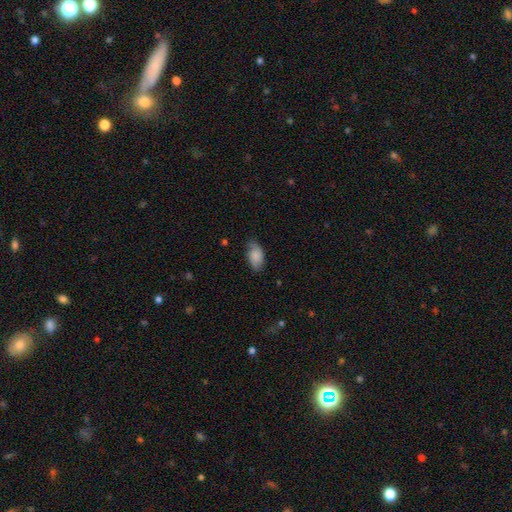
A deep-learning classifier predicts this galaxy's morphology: smooth 74%, featured or disk 18%, star or artifact 8%. Down the decision tree: how rounded — in between (93%); merging — none (72%).